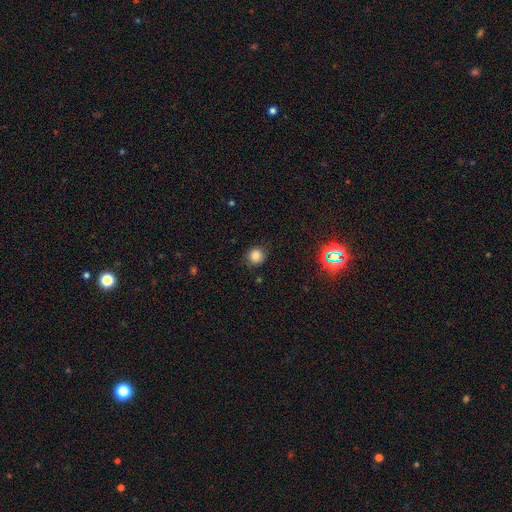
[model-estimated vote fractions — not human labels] This appears to be a smooth galaxy with no disk features (80%) that is round (90%). Merging: none (82%).